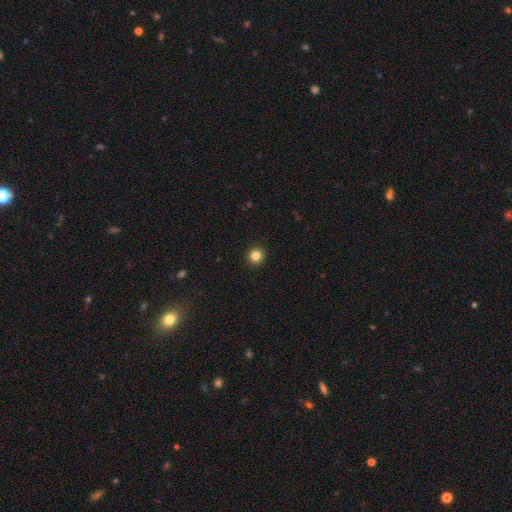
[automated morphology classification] Q: Smooth or featured?
A: smooth (83%); runner-up: star or artifact (12%)
Q: How rounded?
A: round (95%); runner-up: in between (4%)
Q: Merging?
A: none (93%); runner-up: minor disturbance (4%)